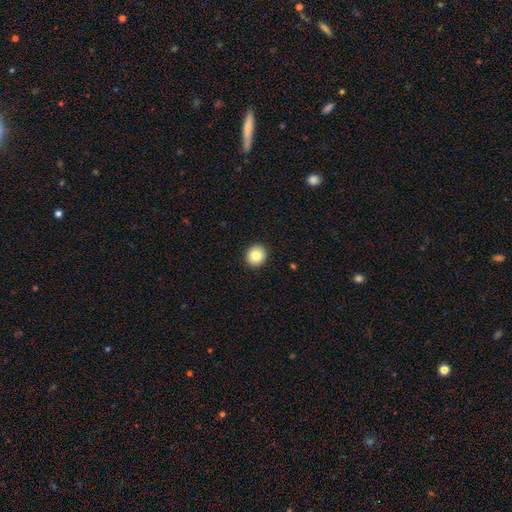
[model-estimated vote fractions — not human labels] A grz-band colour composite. It shows a smooth galaxy with no disk features (82%) that is round (88%). Merging: none (92%).